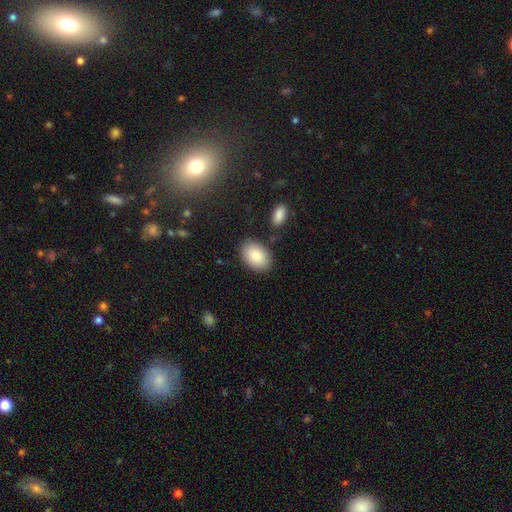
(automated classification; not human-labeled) Smooth or featured: smooth — 88% (star or artifact — 6%)
How rounded: in between — 86% (round — 12%)
Merging: none — 83% (minor disturbance — 11%)